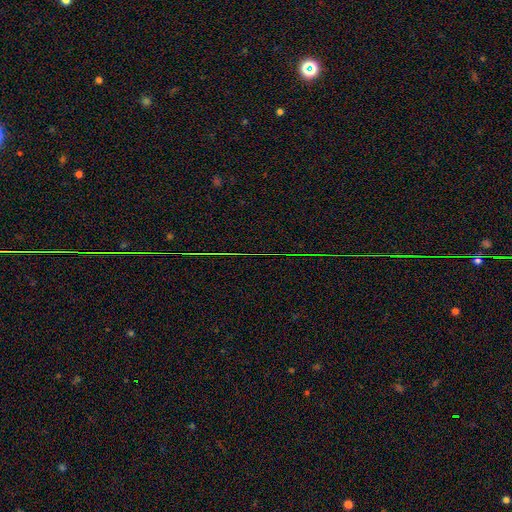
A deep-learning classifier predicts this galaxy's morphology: Smooth or featured: star or artifact — 81% (smooth — 10%)